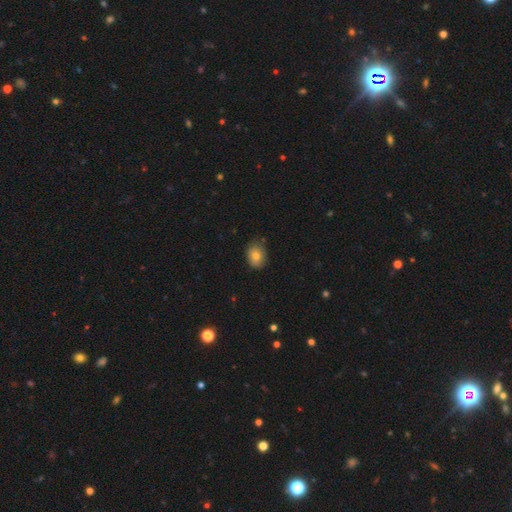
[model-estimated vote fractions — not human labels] This appears to be a smooth galaxy with no disk features (81%) that is in between round and cigar-shaped (67%). Merging: none (78%).